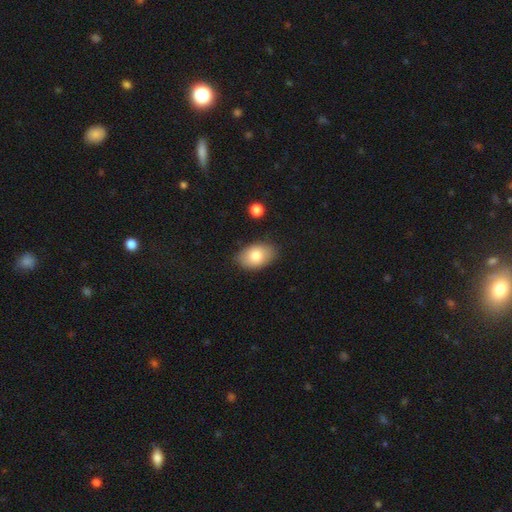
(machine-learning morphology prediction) Overall: smooth (80%). How rounded: in between (89%). Merging: none (82%).